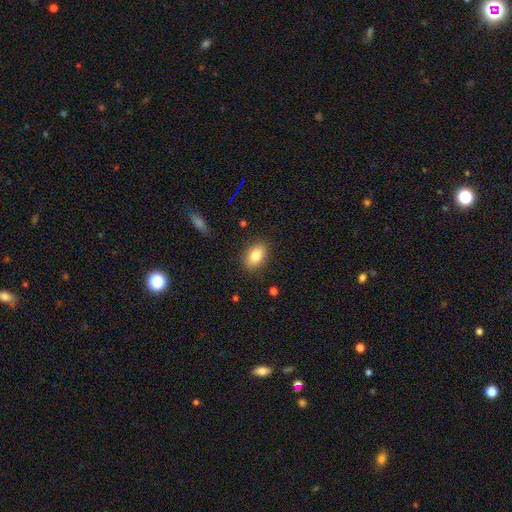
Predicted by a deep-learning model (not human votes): Morphology: type=smooth (82%); roundness=in between (81%); merging=none (86%).